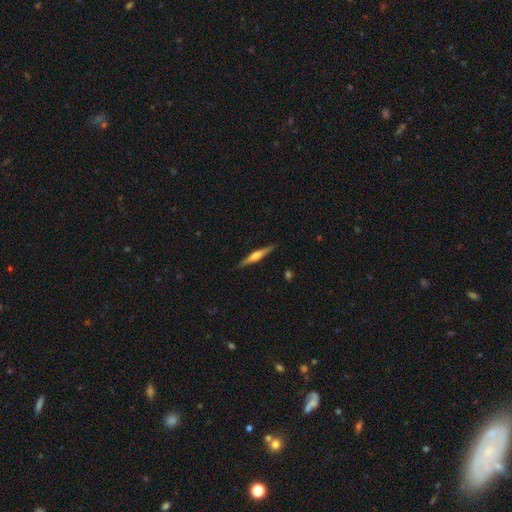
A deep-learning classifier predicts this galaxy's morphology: Smooth or featured? Predicted: featured or disk (p=0.65). Edge-on disk? Predicted: yes (p=0.98). Edge-on bulge? Predicted: rounded (p=0.79). Merging? Predicted: none (p=0.89).